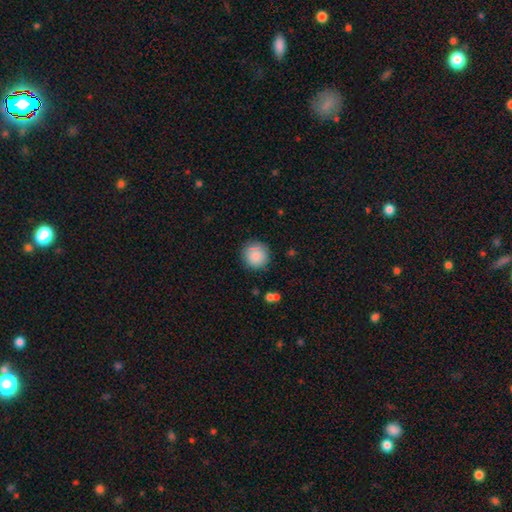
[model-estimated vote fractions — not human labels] Q: Smooth or featured?
A: smooth (86%); runner-up: star or artifact (8%)
Q: How rounded?
A: round (94%); runner-up: in between (5%)
Q: Merging?
A: none (86%); runner-up: minor disturbance (10%)